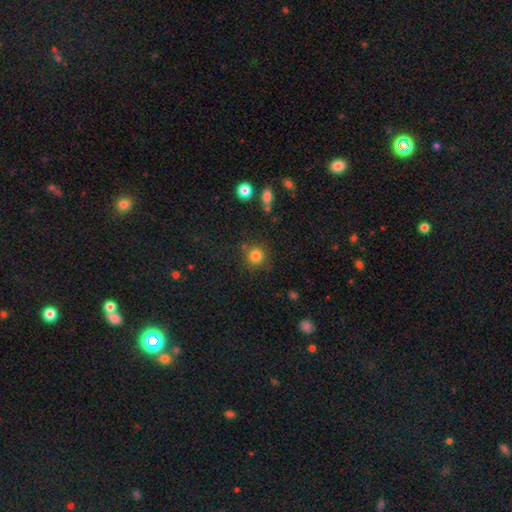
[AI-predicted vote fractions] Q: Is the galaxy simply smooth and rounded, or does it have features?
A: smooth — 82%.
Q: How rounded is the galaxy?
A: round — 92%.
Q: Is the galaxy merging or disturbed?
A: none — 81%.